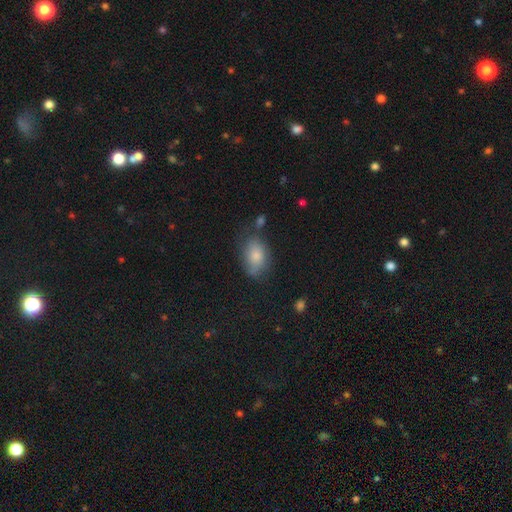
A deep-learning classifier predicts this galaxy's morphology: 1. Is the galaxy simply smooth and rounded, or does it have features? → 79% smooth, 13% featured or disk, 8% star or artifact.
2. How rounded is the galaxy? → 87% in between, 11% round, 2% cigar-shaped.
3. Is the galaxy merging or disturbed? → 58% none, 28% minor disturbance, 9% major disturbance, 5% merger.